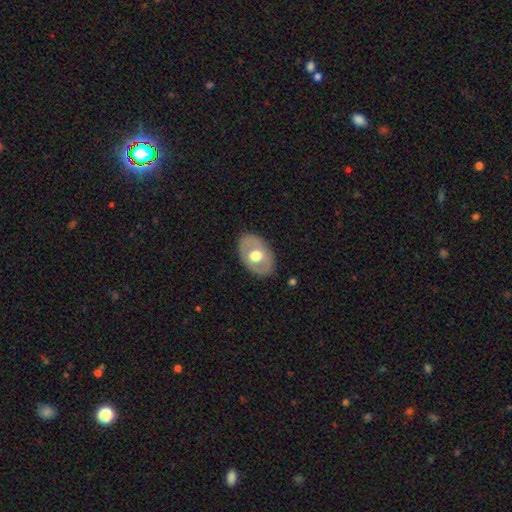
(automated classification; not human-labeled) Smooth or featured: smooth — 49% (featured or disk — 46%)
Merging: none — 83% (minor disturbance — 13%)